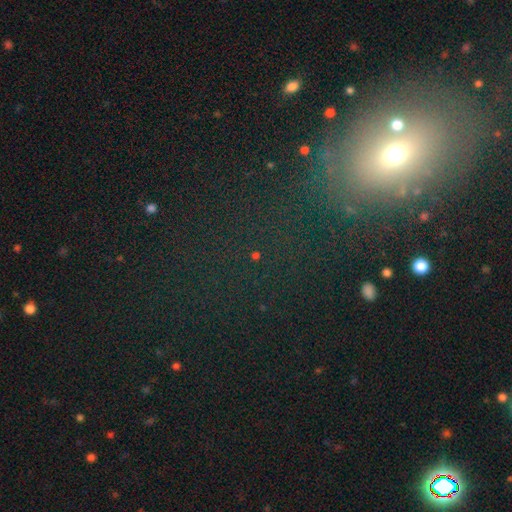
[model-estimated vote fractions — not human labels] A star or artifact, not a galaxy (71%).

Vote fractions:
- Smooth or featured? star or artifact: 71% / smooth: 19% / featured or disk: 10%